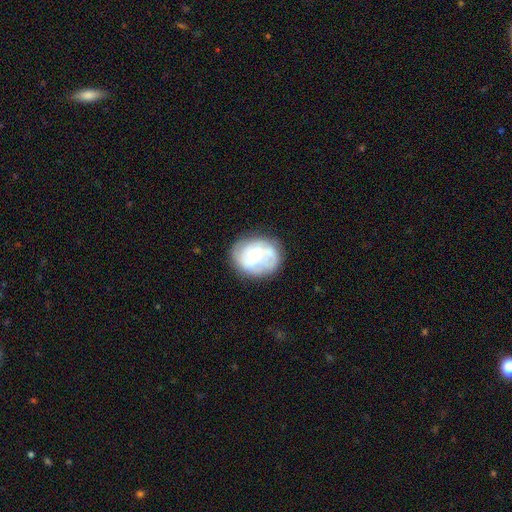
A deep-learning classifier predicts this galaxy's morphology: featured or disk 57%, smooth 35%, star or artifact 8%. Down the decision tree: edge-on disk — no (98%); bar — no (68%); spiral arms — yes (71%); bulge size — small (33%); merging — none (64%).